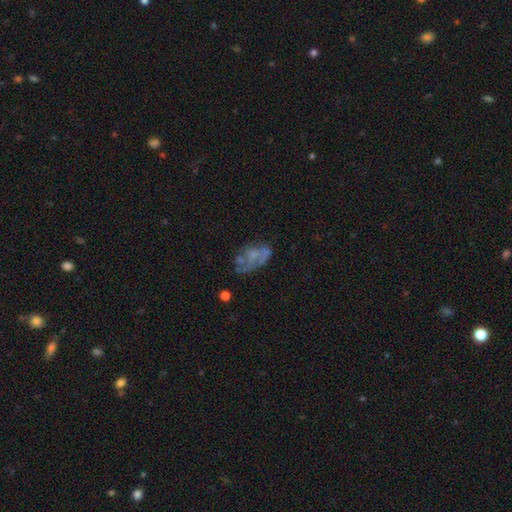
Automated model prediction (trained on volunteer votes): featured or disk 58%, smooth 29%, star or artifact 13%. Down the decision tree: edge-on disk — no (96%); bar — no (81%); spiral arms — no (60%); bulge size — none (58%); merging — none (42%).